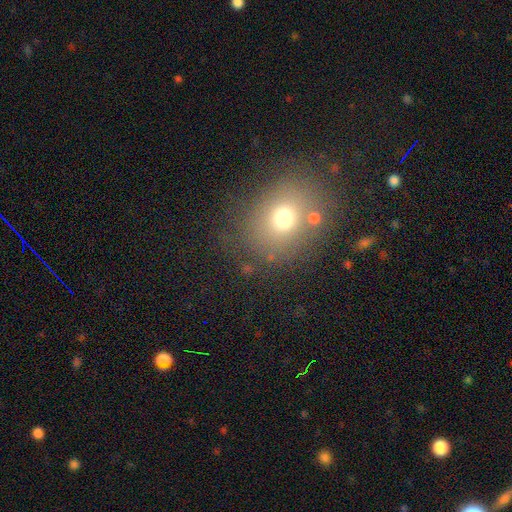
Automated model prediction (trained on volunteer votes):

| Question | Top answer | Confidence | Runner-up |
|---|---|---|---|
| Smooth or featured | smooth | 66% | star or artifact (22%) |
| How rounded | round | 61% | in between (38%) |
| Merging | none | 78% | minor disturbance (11%) |